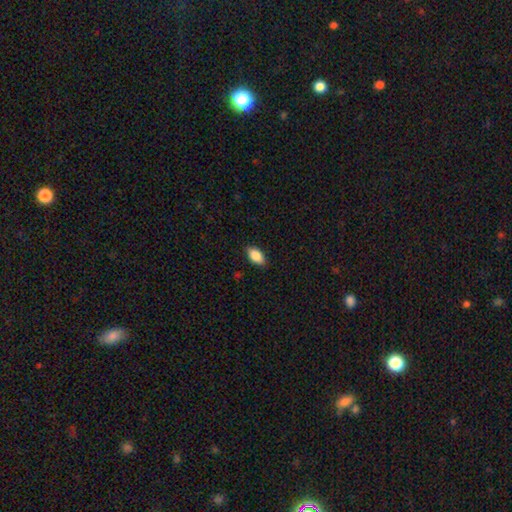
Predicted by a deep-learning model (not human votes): Smooth or featured? smooth (88%)
How rounded? in between (92%)
Merging? none (87%)